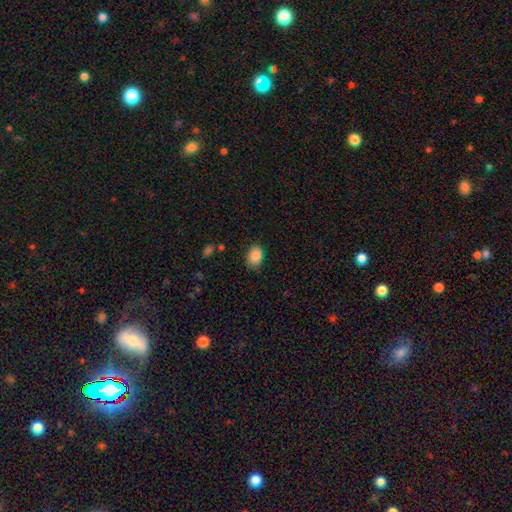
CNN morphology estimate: smooth-or-featured: smooth: 88% | star or artifact: 8% | featured or disk: 4%
  how-rounded: in between: 74% | round: 25% | cigar-shaped: 1%
  merging: none: 78% | minor disturbance: 17% | major disturbance: 3% | merger: 1%